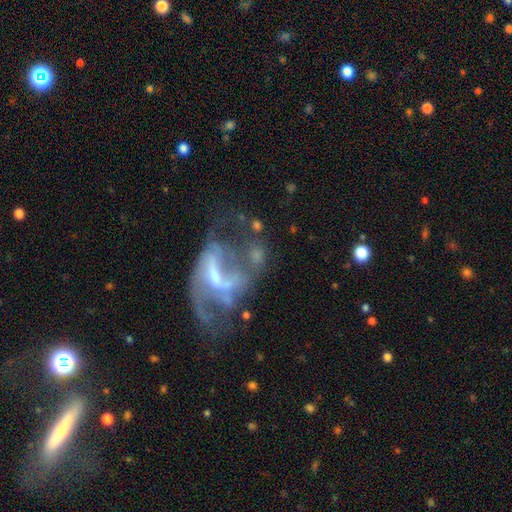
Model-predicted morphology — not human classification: smooth-or-featured: featured or disk: 59% | smooth: 26% | star or artifact: 15%
  disk-edge-on: no: 94% | yes: 6%
    bar: no: 37% | weak: 35% | strong: 28%
    has-spiral-arms: yes: 58% | no: 42%
    bulge-size: small: 34% (tied) | moderate: 34% (tied) | none: 22% | large: 7% | dominant: 3%
  merging: none: 31% | major disturbance: 30% | merger: 26% | minor disturbance: 14%